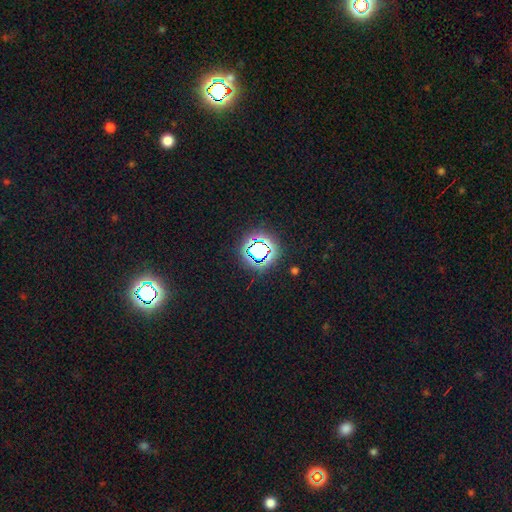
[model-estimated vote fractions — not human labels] Q: Smooth or featured?
A: star or artifact (77%); runner-up: smooth (17%)